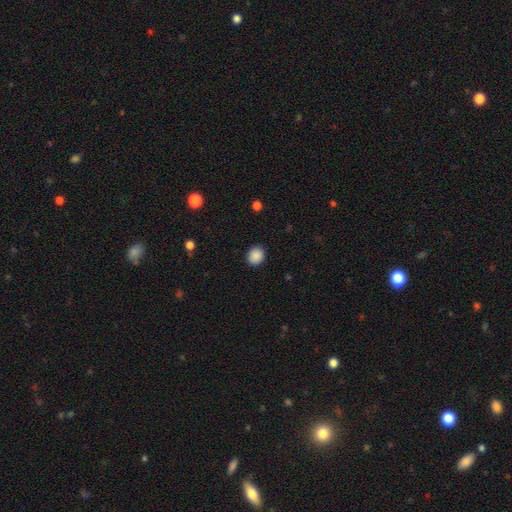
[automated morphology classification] Overall: smooth (89%). How rounded: round (70%). Merging: none (90%).